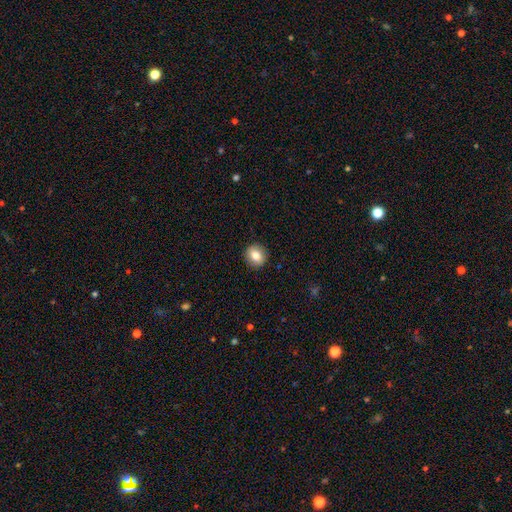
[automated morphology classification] Smooth or featured: smooth — 81% (featured or disk — 11%)
How rounded: round — 78% (in between — 21%)
Merging: none — 90% (minor disturbance — 7%)